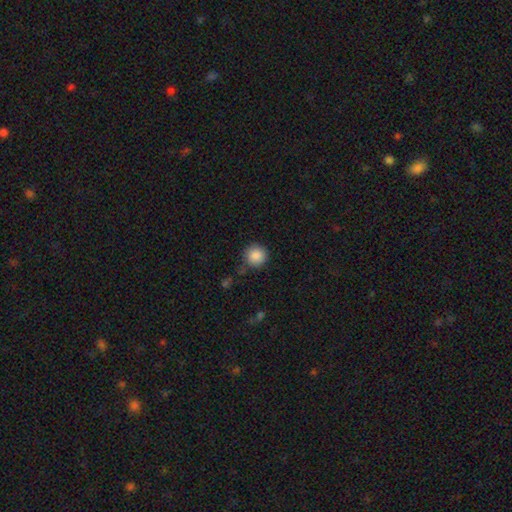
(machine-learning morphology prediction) smooth-or-featured: smooth: 88% | star or artifact: 9% | featured or disk: 4%
  how-rounded: round: 94% | in between: 5% | cigar-shaped: 1%
  merging: none: 83% | minor disturbance: 11% | major disturbance: 3% | merger: 3%